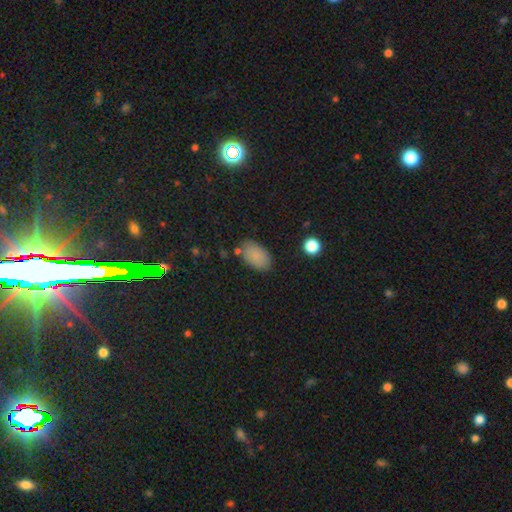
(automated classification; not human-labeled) smooth 84%, star or artifact 9%, featured or disk 7%. Down the decision tree: how rounded — in between (92%); merging — none (77%).